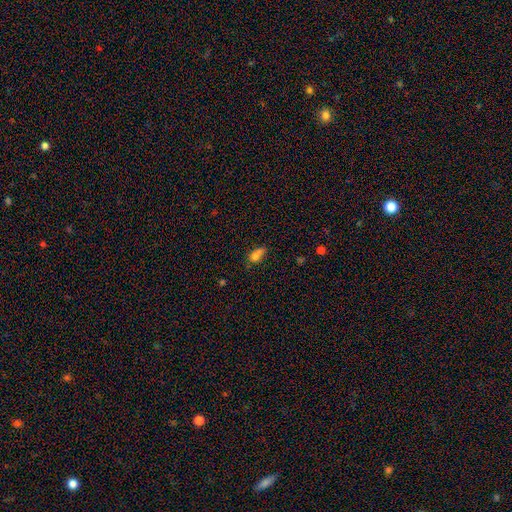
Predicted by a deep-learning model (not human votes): Q: Smooth or featured?
A: smooth (71%); runner-up: star or artifact (15%)
Q: How rounded?
A: in between (71%); runner-up: round (14%)
Q: Merging?
A: none (38%); runner-up: minor disturbance (29%)